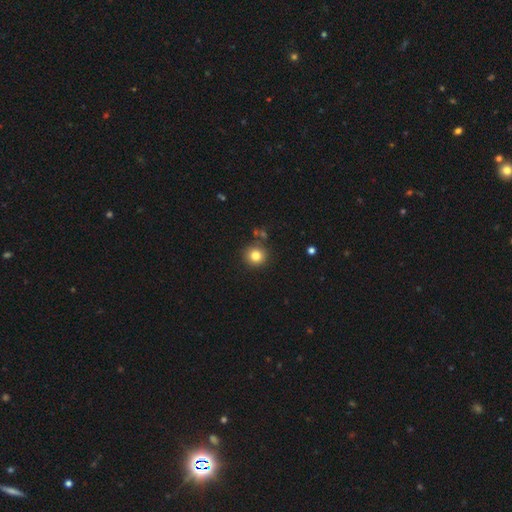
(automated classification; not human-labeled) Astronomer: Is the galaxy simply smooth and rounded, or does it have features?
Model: smooth — 81%.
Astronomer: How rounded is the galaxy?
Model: round — 91%.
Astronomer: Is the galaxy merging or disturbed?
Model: none — 84%.